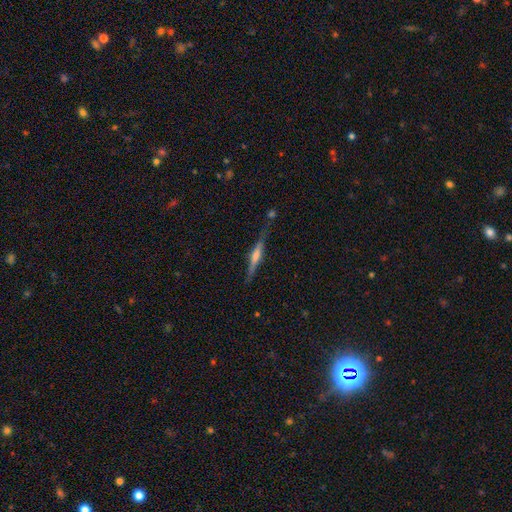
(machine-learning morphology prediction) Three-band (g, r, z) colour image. It shows a featured or disk galaxy (73%) viewed edge-on (97%) with a rounded central bulge (60%). Merging: none (79%).